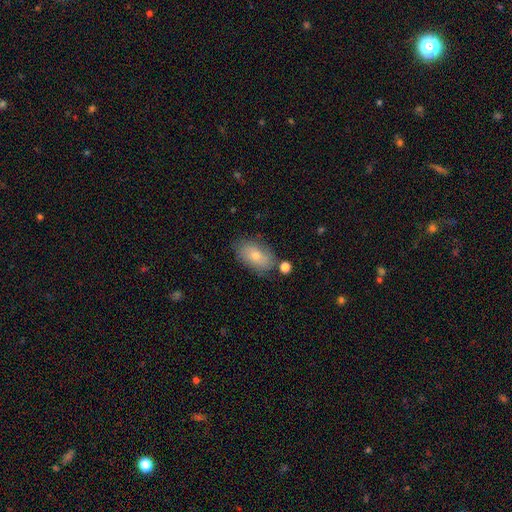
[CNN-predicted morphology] smooth-or-featured: smooth: 68% | featured or disk: 23% | star or artifact: 9%
  how-rounded: in between: 90% | round: 7% | cigar-shaped: 2%
  merging: none: 76% | minor disturbance: 16% | merger: 4% | major disturbance: 4%